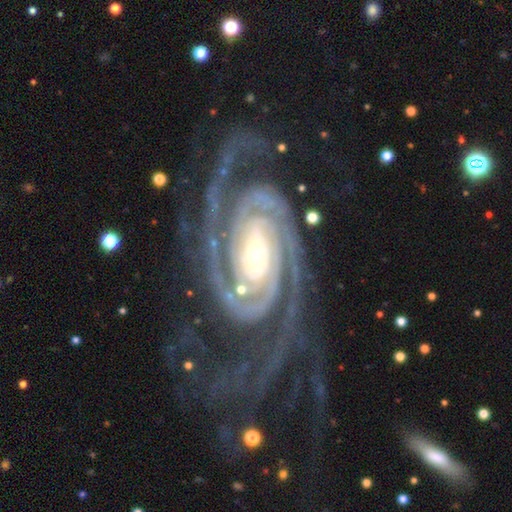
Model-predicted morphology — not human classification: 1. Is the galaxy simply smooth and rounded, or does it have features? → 94% featured or disk, 4% star or artifact, 2% smooth.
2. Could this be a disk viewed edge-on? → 97% no, 3% yes.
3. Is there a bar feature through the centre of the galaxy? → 44% no, 32% strong, 24% weak.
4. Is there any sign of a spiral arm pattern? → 99% yes, 1% no.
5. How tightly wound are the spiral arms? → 69% tight, 26% medium, 5% loose.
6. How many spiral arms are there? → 77% 2, 8% 3, 4% can't tell, 4% 4, 3% 1, 3% more than 4.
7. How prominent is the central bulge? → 54% small, 33% moderate, 8% large, 2% none, 2% dominant.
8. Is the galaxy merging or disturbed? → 65% none, 17% major disturbance, 16% minor disturbance, 3% merger.